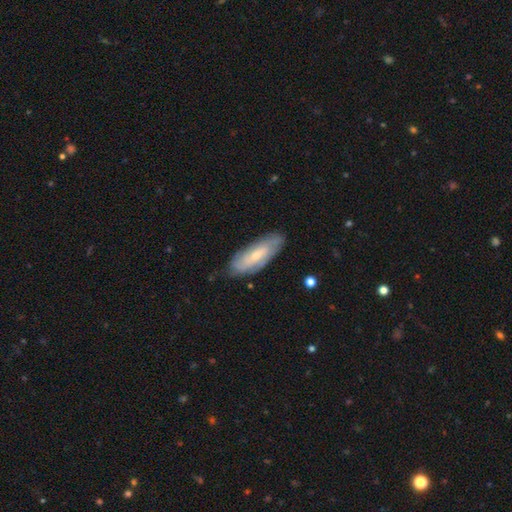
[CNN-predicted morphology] type=featured or disk (57%); edge-on=no (81%); merging=none (79%).